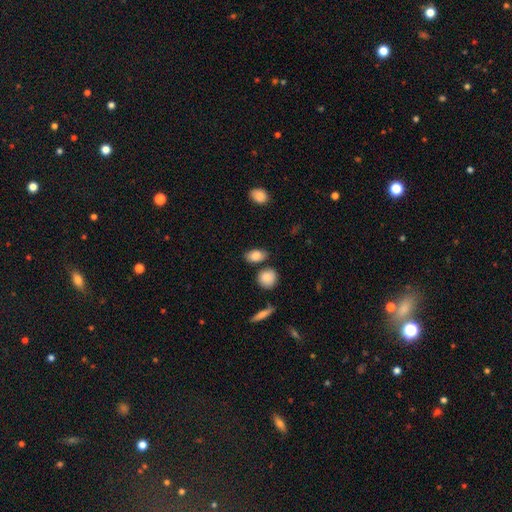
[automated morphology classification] Smooth or featured: smooth — 84% (featured or disk — 9%)
How rounded: in between — 85% (round — 12%)
Merging: none — 74% (minor disturbance — 13%)